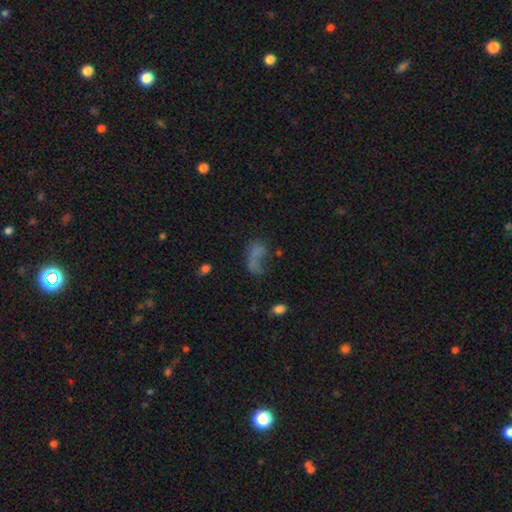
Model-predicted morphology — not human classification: The model was most divided on "merging": major disturbance: 35%, none: 33%, minor disturbance: 17%, merger: 15%. More confident: how rounded — in between (77%); smooth or featured — smooth (55%).